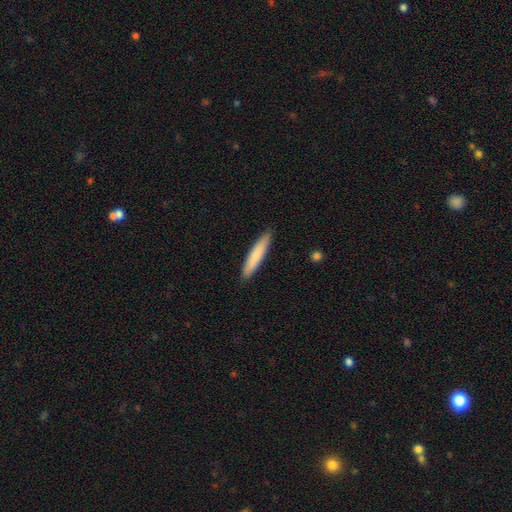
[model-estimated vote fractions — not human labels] The model was most divided on "smooth or featured": smooth: 78%, featured or disk: 16%, star or artifact: 6%. More confident: how rounded — cigar-shaped (91%); merging — none (91%).